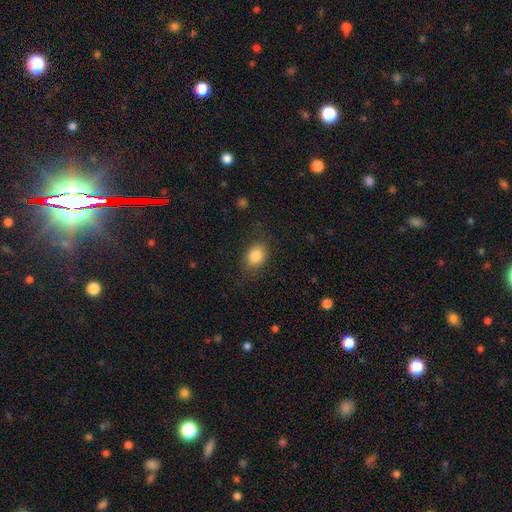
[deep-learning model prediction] Overall: smooth (85%). How rounded: in between (70%). Merging: none (82%).